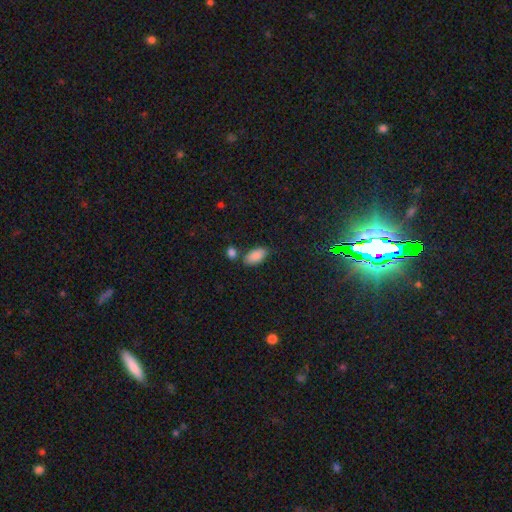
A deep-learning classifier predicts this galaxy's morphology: type=smooth (87%); roundness=in between (92%); merging=none (67%).